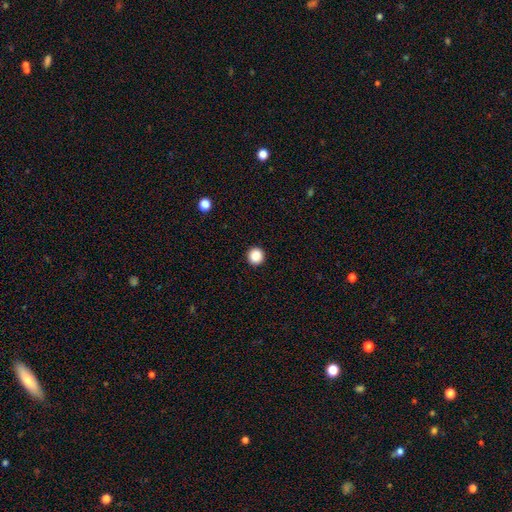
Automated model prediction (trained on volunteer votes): A smooth galaxy with no disk features (87%) that is round (96%). Merging: none (94%).